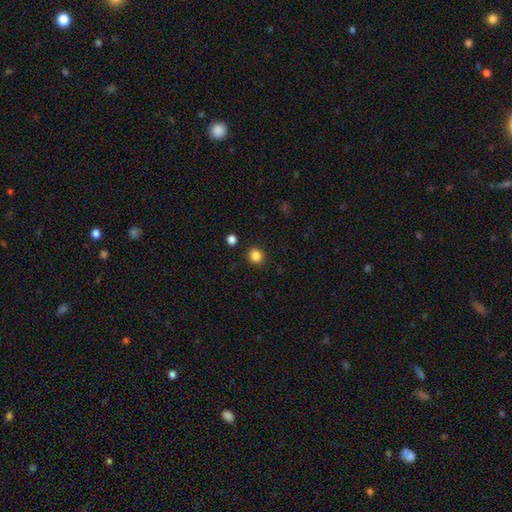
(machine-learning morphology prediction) The model was most divided on "smooth or featured": smooth: 85%, star or artifact: 12%, featured or disk: 4%. More confident: merging — none (90%); how rounded — round (86%).